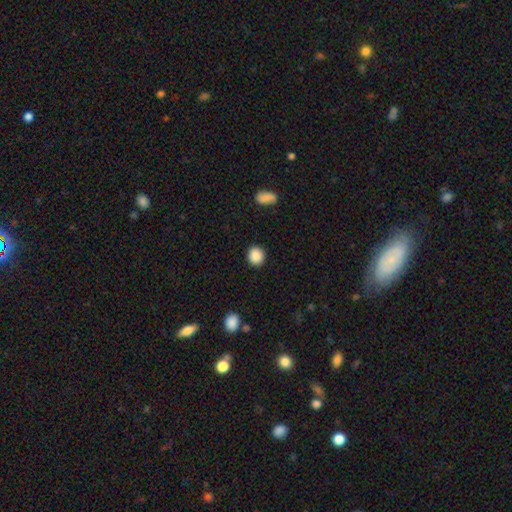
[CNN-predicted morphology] A smooth galaxy with no disk features (88%) that is round (81%). Merging: none (90%).